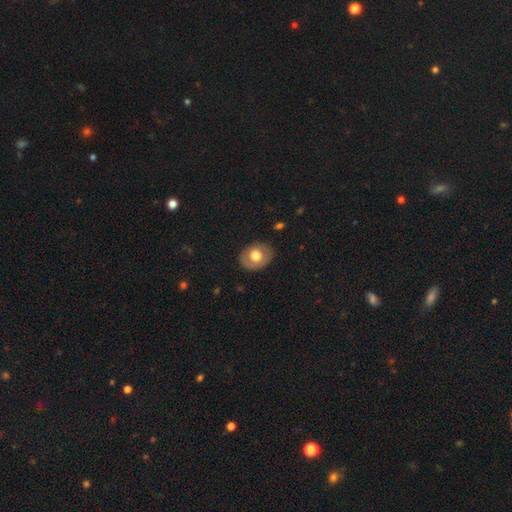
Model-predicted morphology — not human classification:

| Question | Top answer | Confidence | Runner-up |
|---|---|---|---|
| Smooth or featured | smooth | 62% | featured or disk (31%) |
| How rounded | round | 50% | in between (49%) |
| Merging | none | 83% | minor disturbance (12%) |